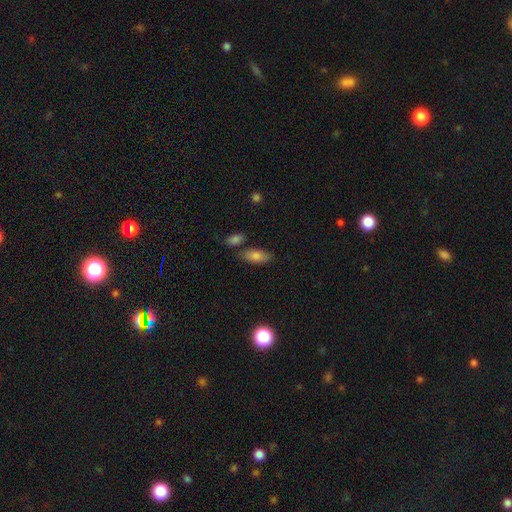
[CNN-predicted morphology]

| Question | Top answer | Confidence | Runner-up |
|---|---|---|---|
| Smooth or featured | smooth | 82% | featured or disk (11%) |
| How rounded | in between | 87% | cigar-shaped (10%) |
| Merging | none | 72% | minor disturbance (15%) |